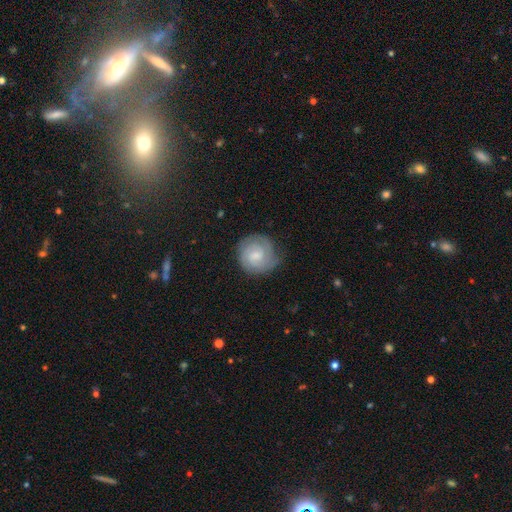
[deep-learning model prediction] This appears to be a featured or disk galaxy (59%) with no bar (49%), 2 (48%) tight (64%) spiral arms (92%) and a small central bulge (48%). Merging: none (75%).